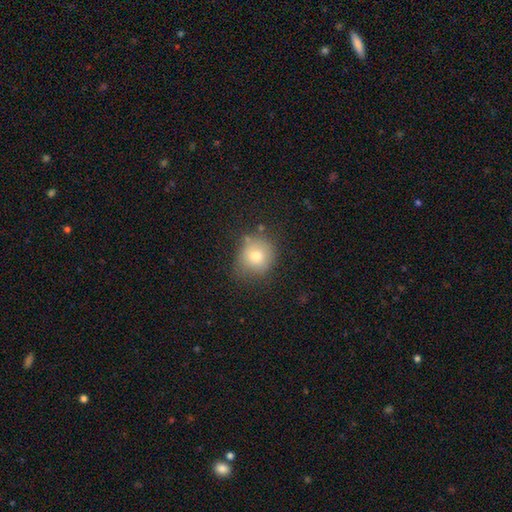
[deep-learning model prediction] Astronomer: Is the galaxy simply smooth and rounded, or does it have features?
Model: smooth — 73%.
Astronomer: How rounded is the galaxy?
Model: round — 82%.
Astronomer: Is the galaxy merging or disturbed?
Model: none — 64%.